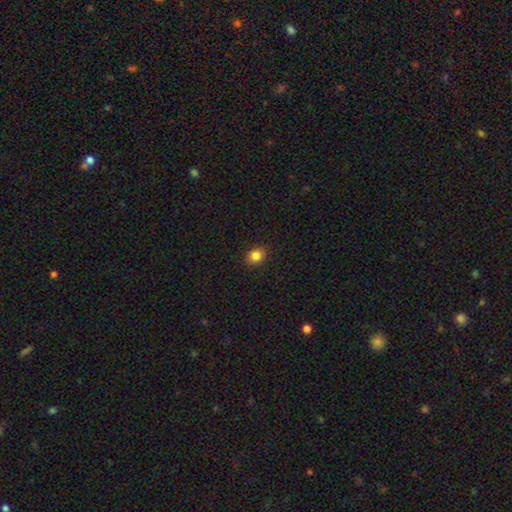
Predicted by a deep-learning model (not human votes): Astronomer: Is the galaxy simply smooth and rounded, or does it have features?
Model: smooth — 84%.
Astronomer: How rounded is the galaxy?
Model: round — 52% (runner-up: in between, 47%).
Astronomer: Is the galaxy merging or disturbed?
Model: none — 90%.